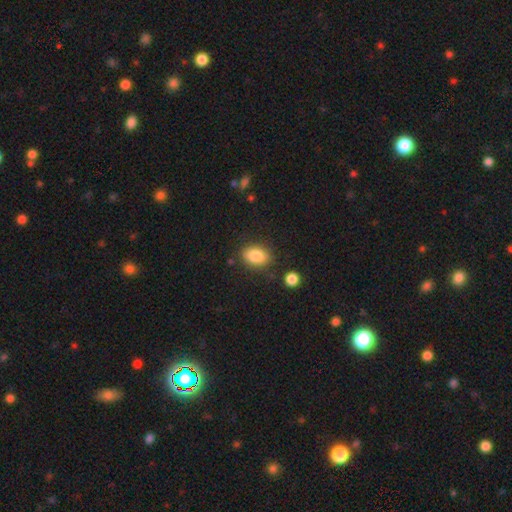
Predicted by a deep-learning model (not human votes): This appears to be a smooth galaxy with no disk features (86%) that is in between round and cigar-shaped (82%). Merging: none (81%).